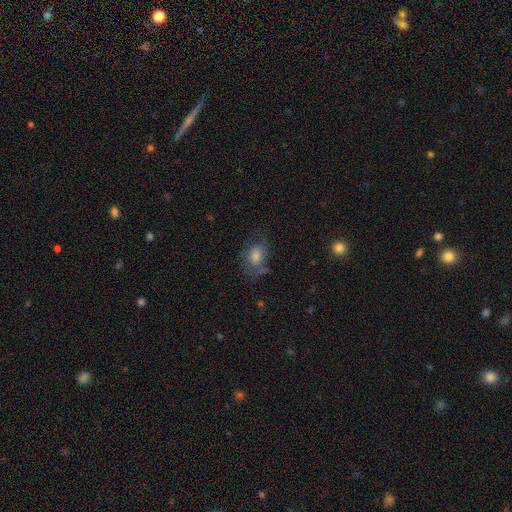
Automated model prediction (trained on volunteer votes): A smooth galaxy with no disk features (57%) that is in between round and cigar-shaped (71%).

Vote fractions:
- Smooth or featured? smooth: 57% / featured or disk: 30% / star or artifact: 13%
- How rounded? in between: 71% / round: 27% / cigar-shaped: 2%
- Merging? none: 57% / minor disturbance: 23% / major disturbance: 14% / merger: 6%